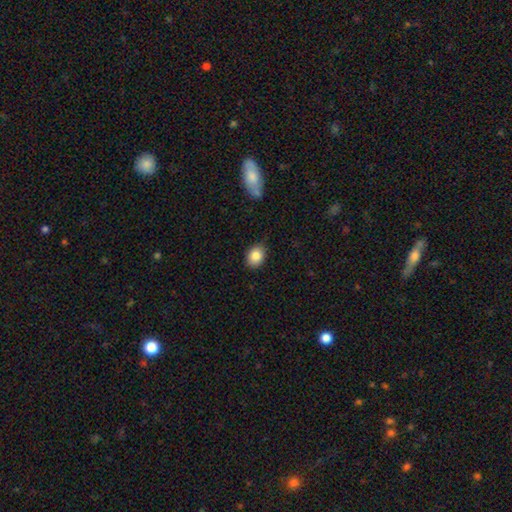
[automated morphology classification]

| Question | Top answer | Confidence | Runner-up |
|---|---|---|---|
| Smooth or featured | smooth | 84% | star or artifact (9%) |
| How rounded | in between | 61% | round (38%) |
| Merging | none | 83% | minor disturbance (13%) |